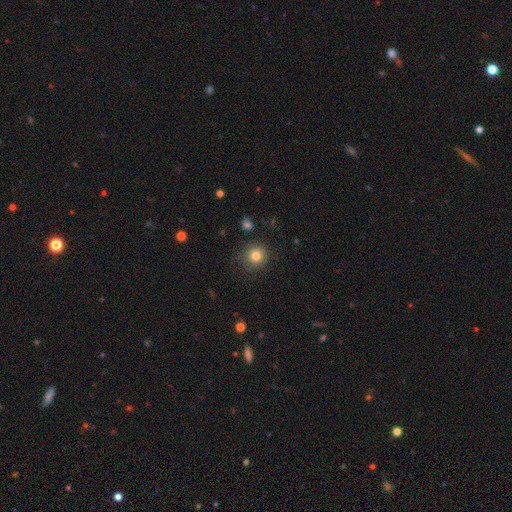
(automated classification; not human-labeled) Smooth or featured: smooth — 82% (star or artifact — 11%)
How rounded: round — 91% (in between — 8%)
Merging: none — 84% (minor disturbance — 11%)